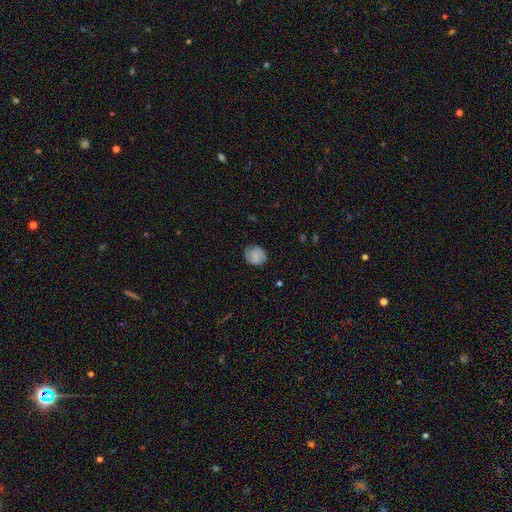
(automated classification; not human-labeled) Q: Smooth or featured?
A: smooth (67%); runner-up: featured or disk (25%)
Q: How rounded?
A: round (75%); runner-up: in between (24%)
Q: Merging?
A: none (77%); runner-up: minor disturbance (18%)